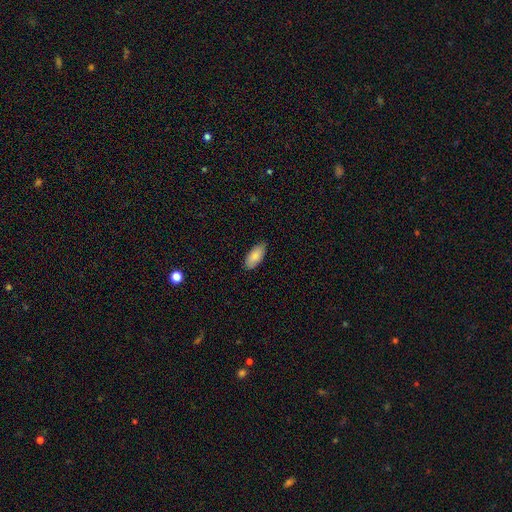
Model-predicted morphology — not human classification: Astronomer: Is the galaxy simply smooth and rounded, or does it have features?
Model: smooth — 85%.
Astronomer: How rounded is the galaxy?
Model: in between — 90%.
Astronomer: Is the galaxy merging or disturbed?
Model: none — 84%.